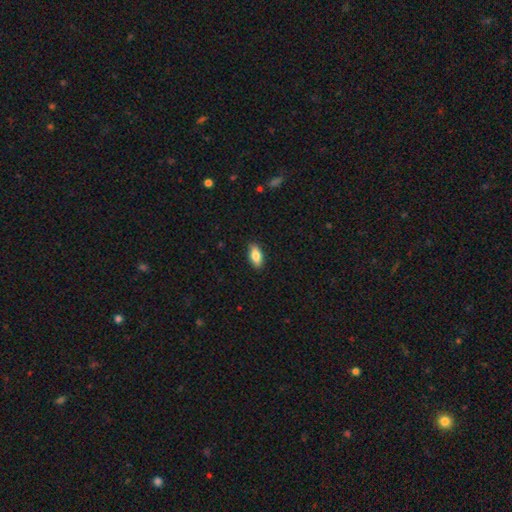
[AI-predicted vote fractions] This appears to be a smooth galaxy with no disk features (83%) that is in between round and cigar-shaped (85%). Merging: none (88%).